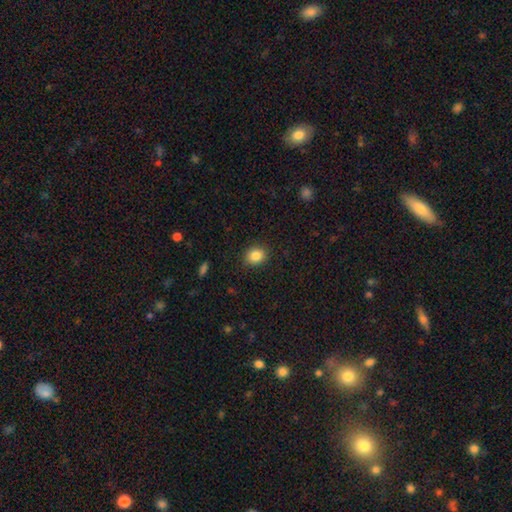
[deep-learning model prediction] Smooth or featured? Predicted: smooth (p=0.85). How rounded? Predicted: round (p=0.69). Merging? Predicted: none (p=0.89).